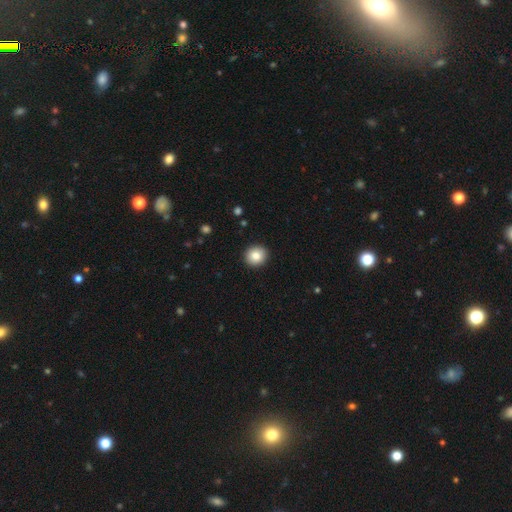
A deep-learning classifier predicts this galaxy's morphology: Smooth or featured: smooth — 84% (star or artifact — 9%)
How rounded: round — 87% (in between — 12%)
Merging: none — 92% (minor disturbance — 5%)